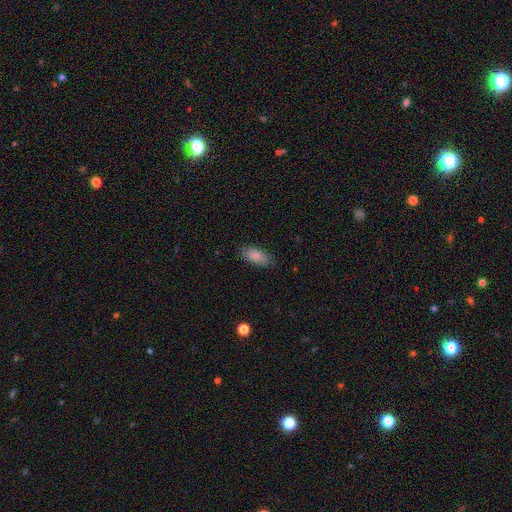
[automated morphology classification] Smooth or featured?
  - smooth: 86% *
  - featured or disk: 8%
  - star or artifact: 6%
How rounded?
  - in between: 88% *
  - cigar-shaped: 9%
  - round: 2%
Merging?
  - none: 83% *
  - minor disturbance: 13%
  - major disturbance: 3%
  - merger: 1%